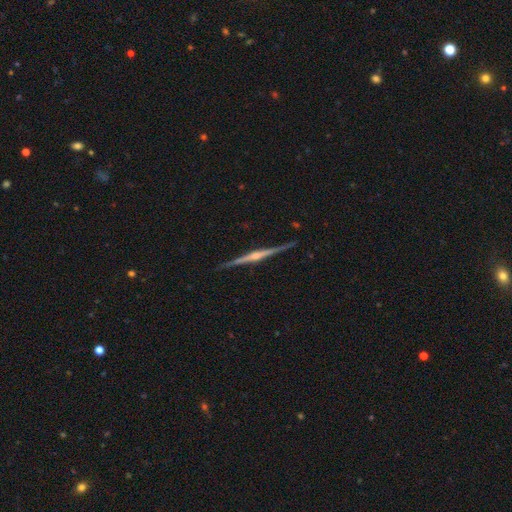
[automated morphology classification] A featured or disk galaxy (87%) viewed edge-on (99%) with a rounded central bulge (78%). Merging: none (91%).